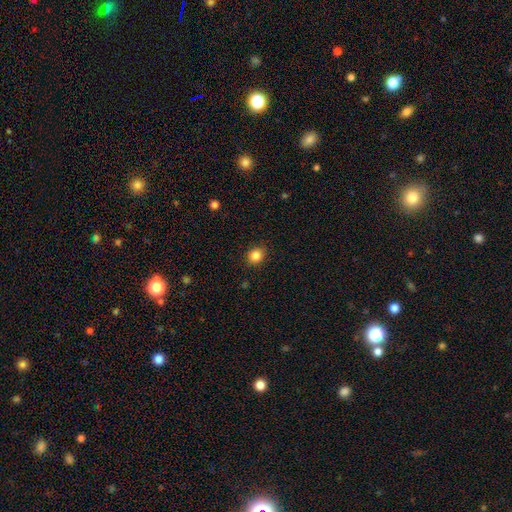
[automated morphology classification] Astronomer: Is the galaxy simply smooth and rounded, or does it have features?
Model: smooth — 86%.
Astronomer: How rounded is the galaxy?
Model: round — 69%.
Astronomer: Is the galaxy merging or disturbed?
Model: none — 86%.